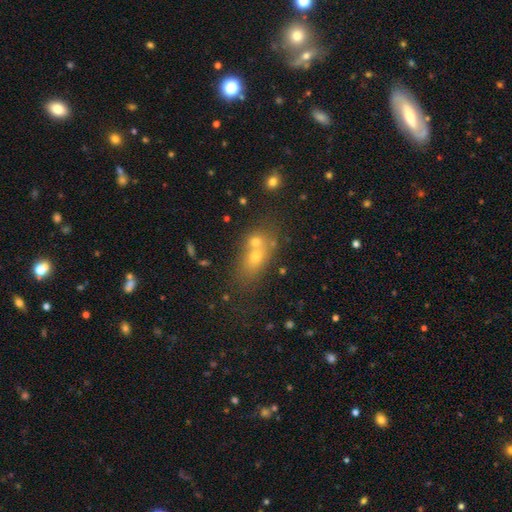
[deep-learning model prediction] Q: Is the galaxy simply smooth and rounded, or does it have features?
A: smooth — 58%.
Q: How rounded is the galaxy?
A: in between — 59%.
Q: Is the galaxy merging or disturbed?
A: merger — 50%.